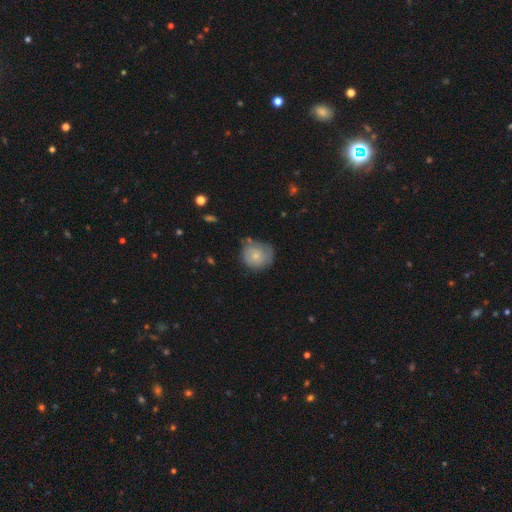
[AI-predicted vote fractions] This is possibly a smooth galaxy (59%). How rounded: clearly round (82%). Merging: possibly none (57%).